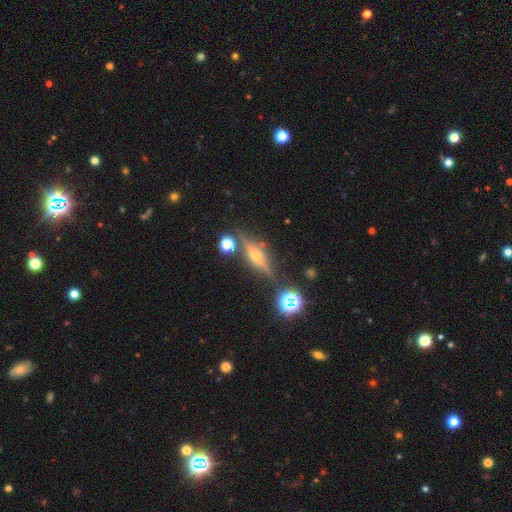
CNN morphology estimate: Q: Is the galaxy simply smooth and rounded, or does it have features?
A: featured or disk — 73%.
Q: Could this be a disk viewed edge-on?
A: yes — 95%.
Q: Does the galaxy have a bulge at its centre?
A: rounded — 91%.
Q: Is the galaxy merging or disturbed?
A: none — 83%.